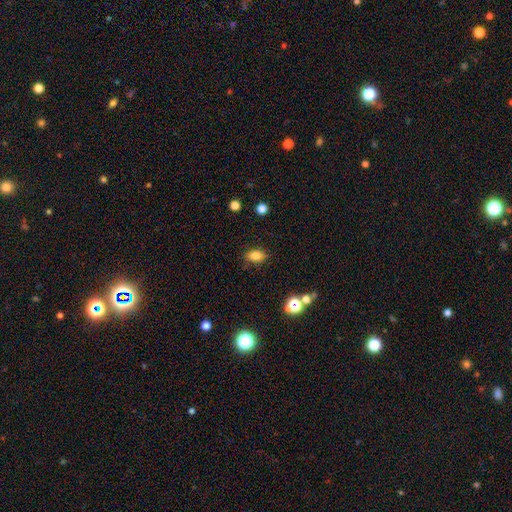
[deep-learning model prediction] This appears to be a smooth galaxy with no disk features (80%) that is in between round and cigar-shaped (82%). Merging: none (85%).